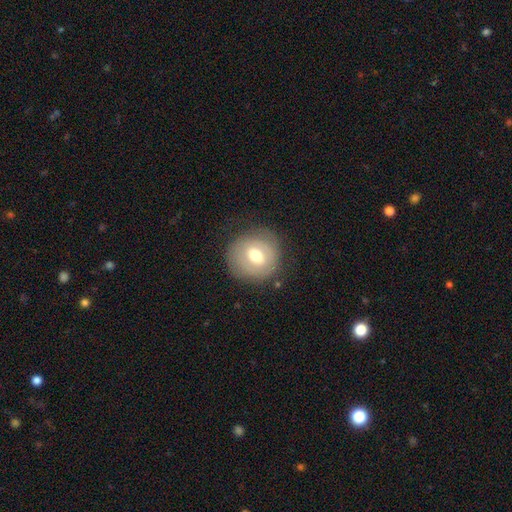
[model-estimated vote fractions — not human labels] This is possibly a smooth galaxy (56%). How rounded: clearly round (84%). Merging: likely none (75%).